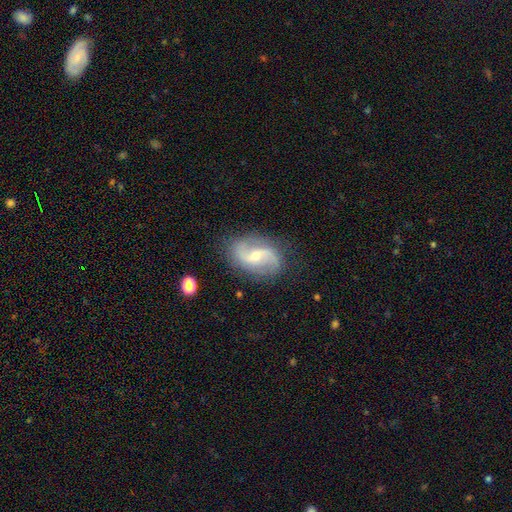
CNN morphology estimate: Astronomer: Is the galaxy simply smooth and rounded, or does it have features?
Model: featured or disk — 85%.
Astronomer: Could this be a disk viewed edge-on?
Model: no — 97%.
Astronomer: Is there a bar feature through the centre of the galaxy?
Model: weak — 44% (runner-up: no, 40%).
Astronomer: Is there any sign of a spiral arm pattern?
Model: yes — 96%.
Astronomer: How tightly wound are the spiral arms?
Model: loose — 56% (runner-up: medium, 34%).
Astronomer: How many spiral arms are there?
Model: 2 — 92%.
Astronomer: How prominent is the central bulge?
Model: small — 53% (runner-up: moderate, 43%).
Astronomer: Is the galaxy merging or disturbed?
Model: none — 82%.